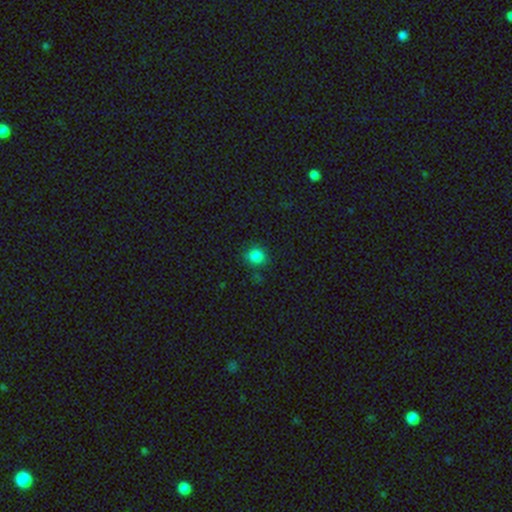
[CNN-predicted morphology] smooth_or_featured: smooth (p=0.83) [alt: star or artifact p=0.13]
how_rounded: round (p=0.83) [alt: in between p=0.16]
merging: none (p=0.83) [alt: minor disturbance p=0.11]